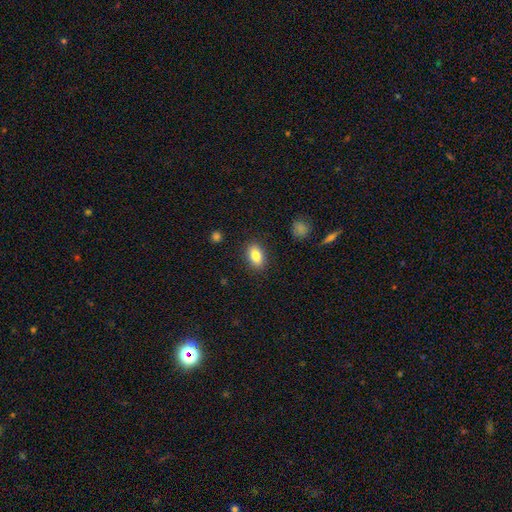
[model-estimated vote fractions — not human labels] Smooth or featured: smooth — 84% (star or artifact — 8%)
How rounded: in between — 88% (round — 10%)
Merging: none — 88% (minor disturbance — 9%)